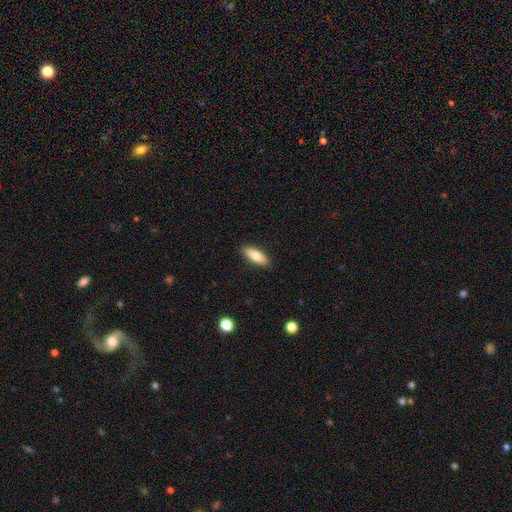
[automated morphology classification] A smooth galaxy with no disk features (76%) that is in between round and cigar-shaped (67%). Merging: none (89%).